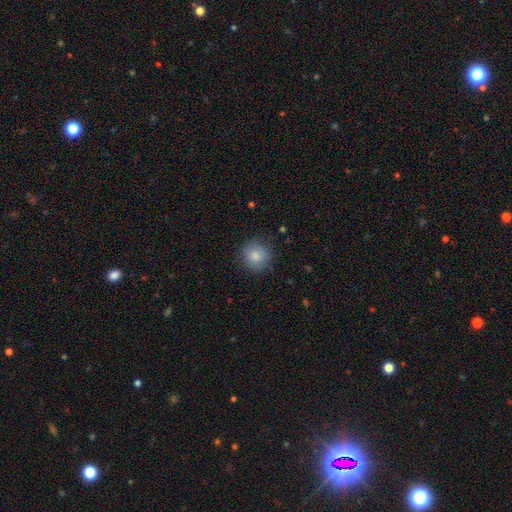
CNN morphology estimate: smooth 85%, star or artifact 9%, featured or disk 6%. Down the decision tree: how rounded — round (93%); merging — none (86%).